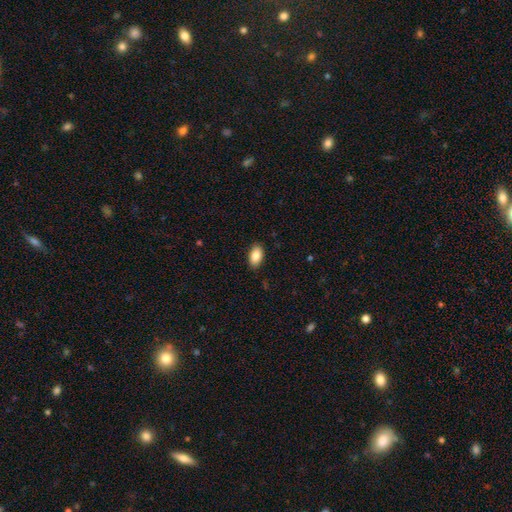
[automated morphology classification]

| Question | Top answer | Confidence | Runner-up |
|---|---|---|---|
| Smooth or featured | smooth | 87% | star or artifact (7%) |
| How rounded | in between | 93% | round (5%) |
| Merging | none | 88% | minor disturbance (9%) |